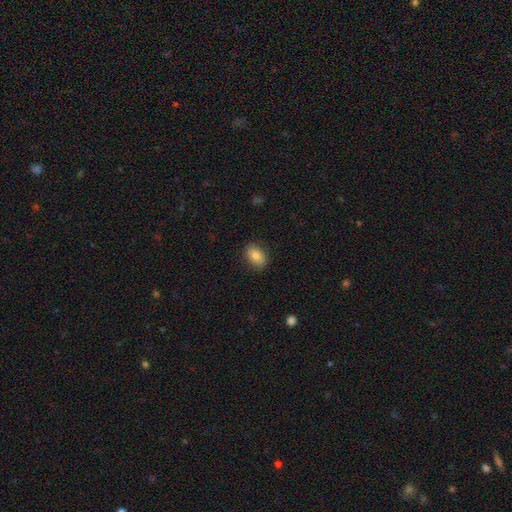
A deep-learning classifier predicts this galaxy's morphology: A smooth galaxy with no disk features (82%) that is in between round and cigar-shaped (81%). Merging: none (86%).